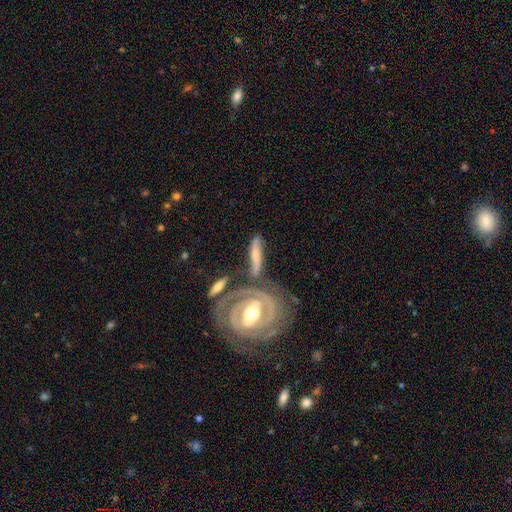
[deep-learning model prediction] Overall: featured or disk (62%; smooth 32%). Edge-on disk: no (56%; yes 44%). Merging: none (54%; merger 21%).